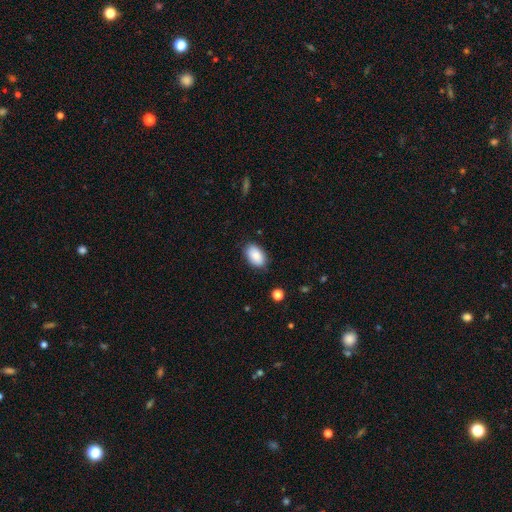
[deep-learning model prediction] Smooth or featured: smooth — 87% (star or artifact — 7%)
How rounded: in between — 92% (round — 7%)
Merging: none — 82% (minor disturbance — 14%)